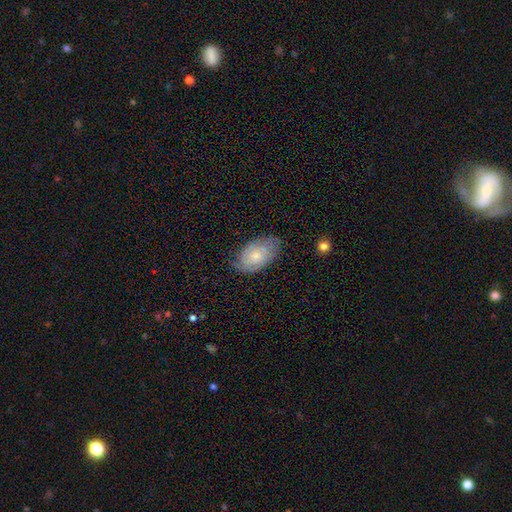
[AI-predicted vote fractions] Smooth or featured? smooth (51%)
How rounded? in between (92%)
Merging? none (68%)